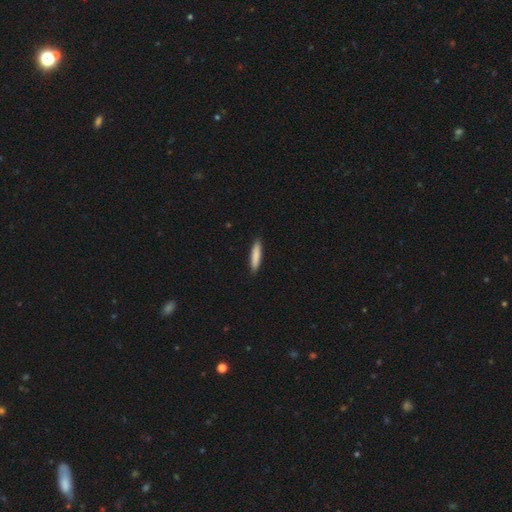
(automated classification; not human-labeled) smooth 85%, featured or disk 10%, star or artifact 5%. Down the decision tree: how rounded — cigar-shaped (86%); merging — none (90%).